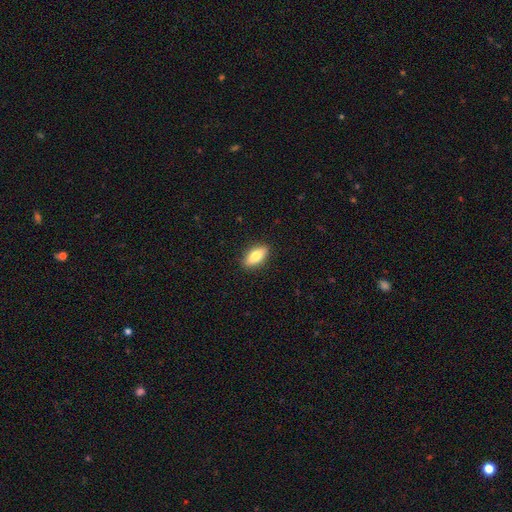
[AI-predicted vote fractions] smooth_or_featured: smooth (p=0.72) [alt: featured or disk p=0.22]
how_rounded: in between (p=0.80) [alt: cigar-shaped p=0.16]
merging: none (p=0.89) [alt: minor disturbance p=0.08]